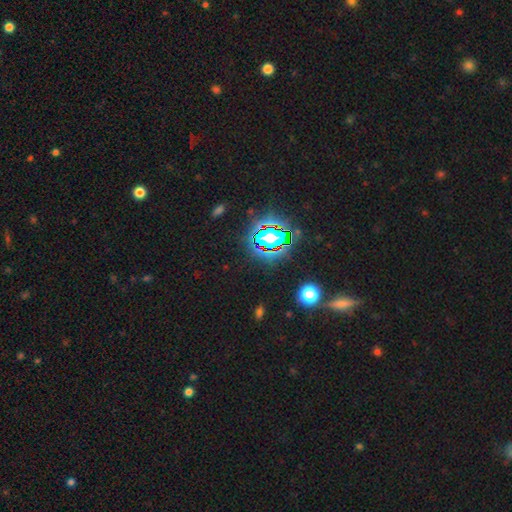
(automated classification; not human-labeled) Overall: star or artifact (78%).